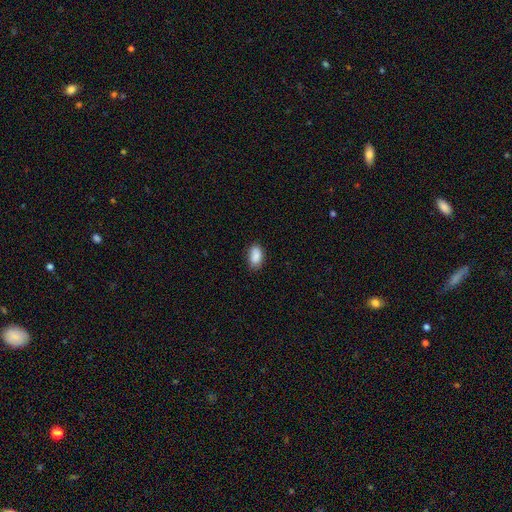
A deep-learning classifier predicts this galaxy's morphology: smooth 89%, star or artifact 7%, featured or disk 4%. Down the decision tree: how rounded — in between (92%); merging — none (80%).